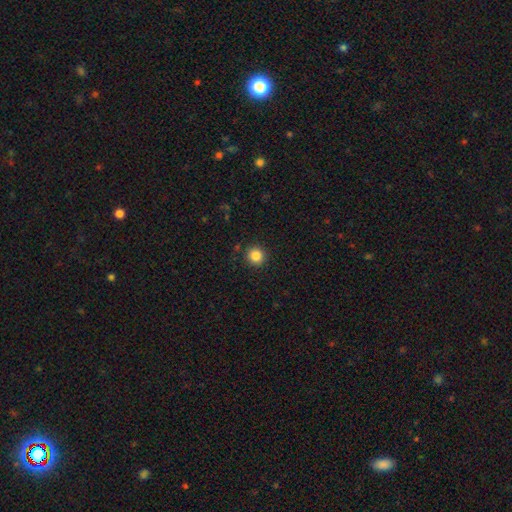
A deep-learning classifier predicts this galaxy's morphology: A smooth galaxy with no disk features (85%) that is round (94%).

Vote fractions:
- Smooth or featured? smooth: 85% / star or artifact: 11% / featured or disk: 4%
- How rounded? round: 94% / in between: 5% / cigar-shaped: 1%
- Merging? none: 91% / minor disturbance: 5% / major disturbance: 2% / merger: 1%